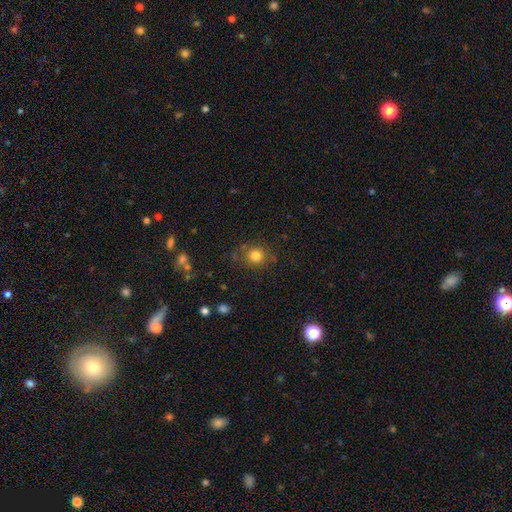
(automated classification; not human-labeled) The model was most divided on "merging": none: 76%, minor disturbance: 15%, major disturbance: 6%, merger: 3%. More confident: how rounded — round (83%); smooth or featured — smooth (80%).